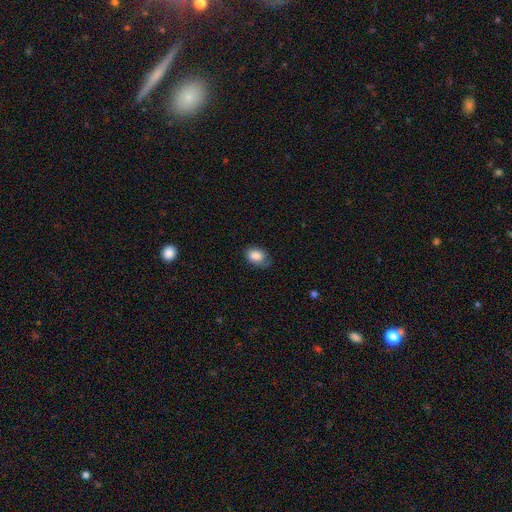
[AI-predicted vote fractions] Smooth or featured?
  - smooth: 84% *
  - featured or disk: 9%
  - star or artifact: 8%
How rounded?
  - in between: 75% *
  - round: 24%
  - cigar-shaped: 1%
Merging?
  - none: 60% *
  - minor disturbance: 29%
  - major disturbance: 9%
  - merger: 1%